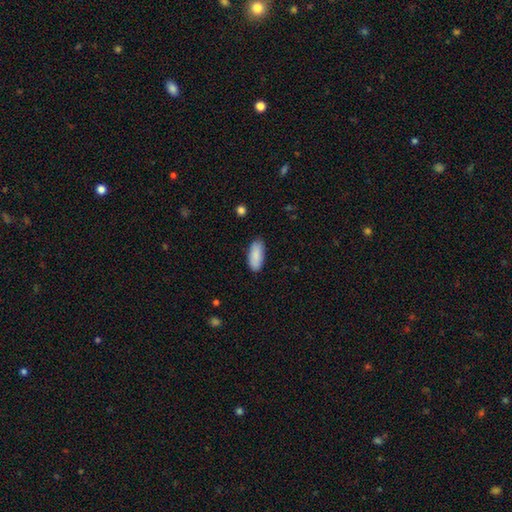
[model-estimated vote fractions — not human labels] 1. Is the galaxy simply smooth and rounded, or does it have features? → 88% smooth, 6% featured or disk, 6% star or artifact.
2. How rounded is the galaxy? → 85% in between, 13% cigar-shaped, 2% round.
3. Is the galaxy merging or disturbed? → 83% none, 14% minor disturbance, 2% major disturbance, 1% merger.